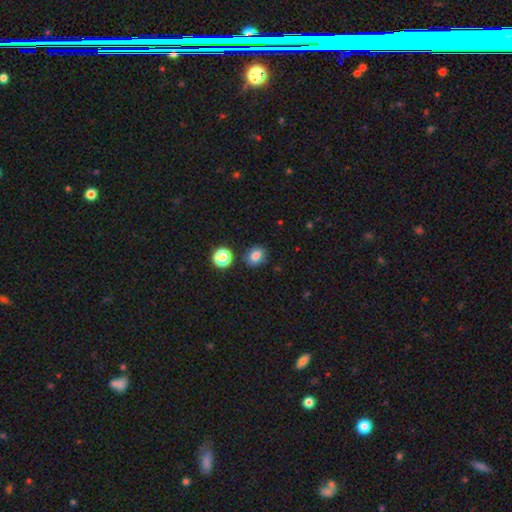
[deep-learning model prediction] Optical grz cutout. It shows a smooth galaxy with no disk features (81%) that is round (58%). Merging: none (82%).